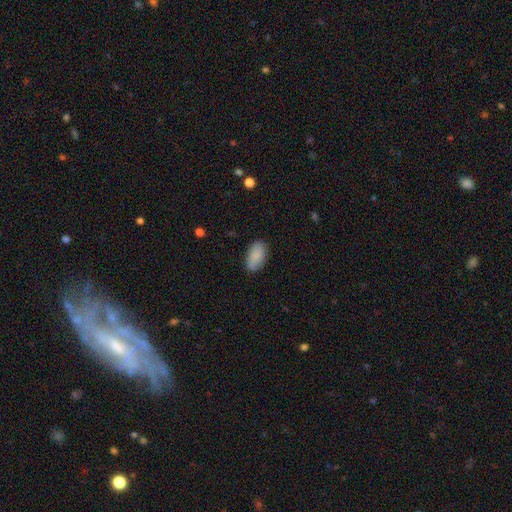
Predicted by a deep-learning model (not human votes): Smooth or featured? smooth (88%)
How rounded? in between (94%)
Merging? none (83%)